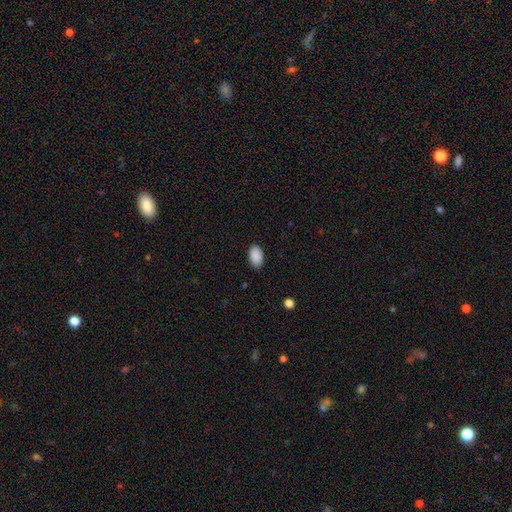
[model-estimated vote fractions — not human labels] A smooth galaxy with no disk features (90%) that is in between round and cigar-shaped (92%). Merging: none (87%).